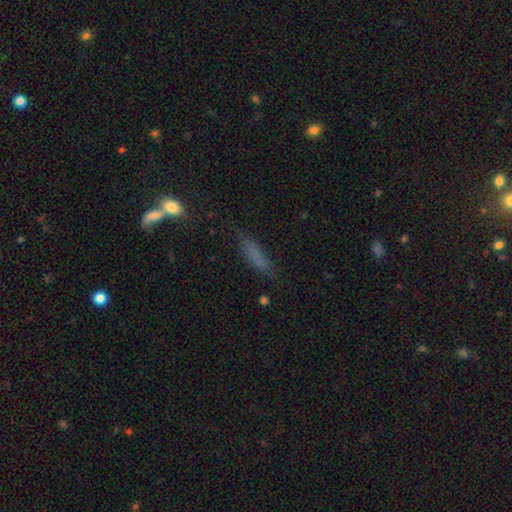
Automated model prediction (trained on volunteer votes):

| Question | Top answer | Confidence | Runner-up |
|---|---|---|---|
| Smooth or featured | smooth | 72% | featured or disk (17%) |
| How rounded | cigar-shaped | 73% | in between (24%) |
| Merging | none | 69% | minor disturbance (19%) |